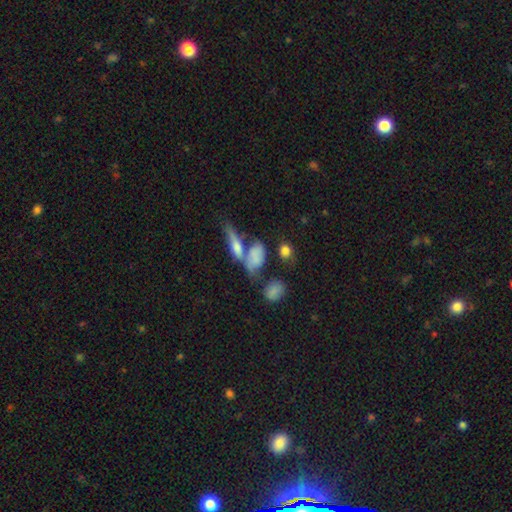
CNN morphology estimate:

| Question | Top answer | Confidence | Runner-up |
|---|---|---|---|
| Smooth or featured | smooth | 65% | featured or disk (25%) |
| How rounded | in between | 77% | cigar-shaped (12%) |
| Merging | merger | 44% | none (29%) |